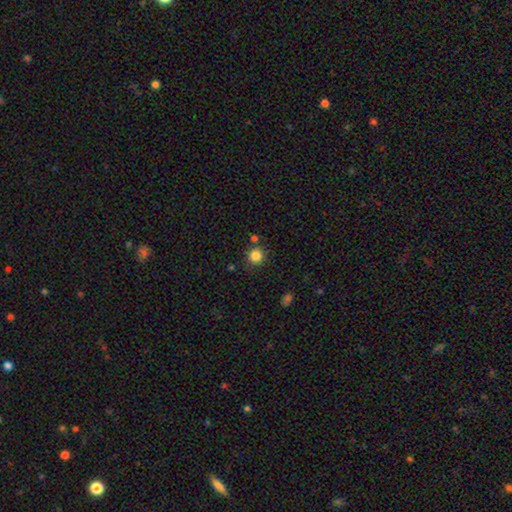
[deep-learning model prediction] This is clearly a smooth galaxy (85%). How rounded: clearly round (93%). Merging: clearly none (82%).